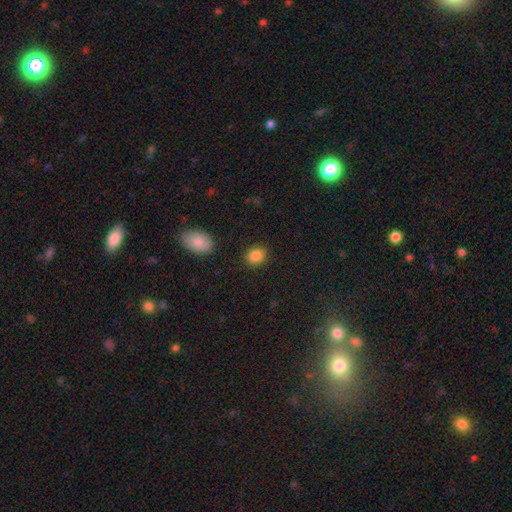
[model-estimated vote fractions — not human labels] smooth_or_featured: smooth (p=0.86) [alt: star or artifact p=0.09]
how_rounded: round (p=0.56) [alt: in between p=0.43]
merging: none (p=0.89) [alt: minor disturbance p=0.07]